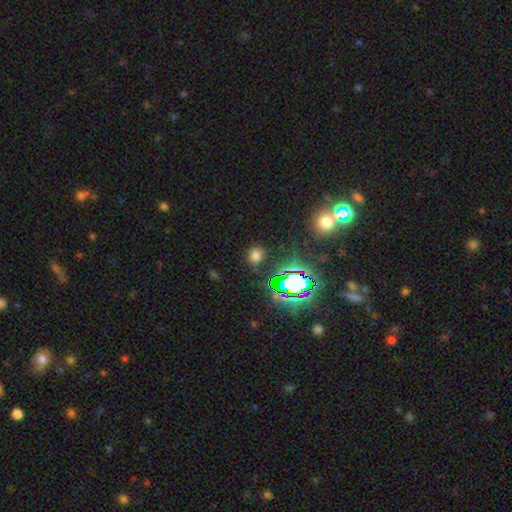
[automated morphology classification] A smooth galaxy with no disk features (62%) that is round (74%). Merging: none (85%).